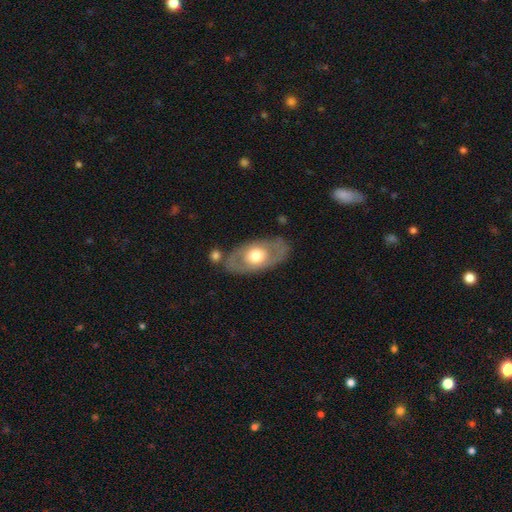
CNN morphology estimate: Smooth or featured? featured or disk (54%)
Edge-on disk? no (87%)
Merging? none (75%)